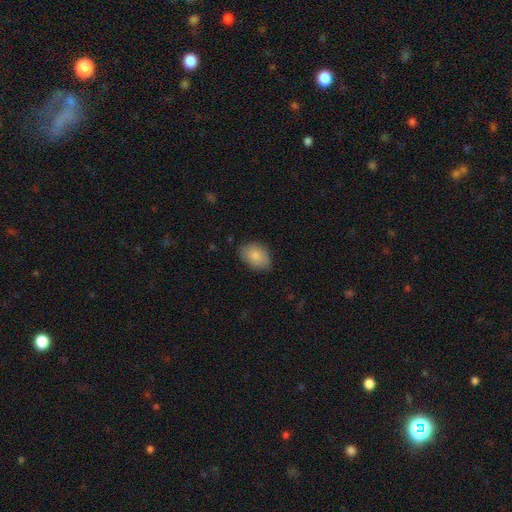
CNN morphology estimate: Smooth or featured: smooth — 86% (featured or disk — 8%)
How rounded: in between — 79% (round — 20%)
Merging: none — 79% (minor disturbance — 17%)